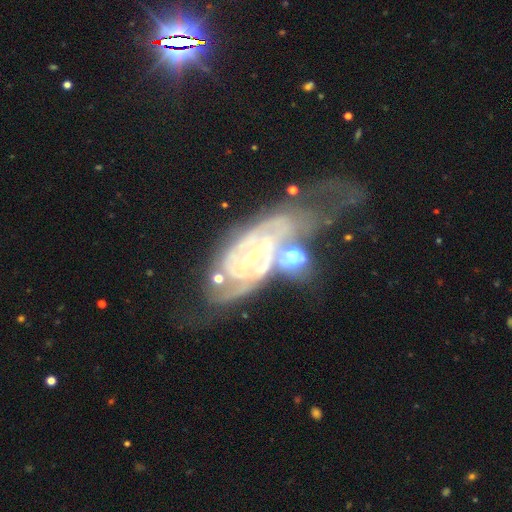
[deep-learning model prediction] A featured or disk galaxy (88%) with a weak bar (41%), 2 (54%) tight (64%) spiral arms (97%) and a small central bulge (70%).

Vote fractions:
- Smooth or featured? featured or disk: 88% / star or artifact: 7% / smooth: 5%
- Edge-on disk? no: 95% / yes: 5%
- Bar? weak: 41% / strong: 30% / no: 29%
- Spiral arms? yes: 97% / no: 3%
- Spiral winding? tight: 64% / medium: 30% / loose: 6%
- Spiral arm count? 2: 54% / can't tell: 20% / 3: 13% / 4: 5% / 1: 4% / more than 4: 4%
- Bulge size? small: 70% / moderate: 22% / none: 5% / large: 2% / dominant: 1%
- Merging? none: 35% / merger: 28% / minor disturbance: 19% / major disturbance: 18%